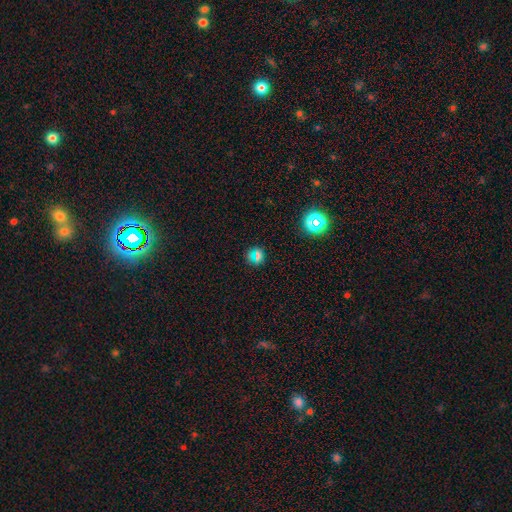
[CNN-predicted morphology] Q: Smooth or featured?
A: smooth (52%); runner-up: star or artifact (38%)
Q: How rounded?
A: round (84%); runner-up: in between (13%)
Q: Merging?
A: none (82%); runner-up: minor disturbance (10%)